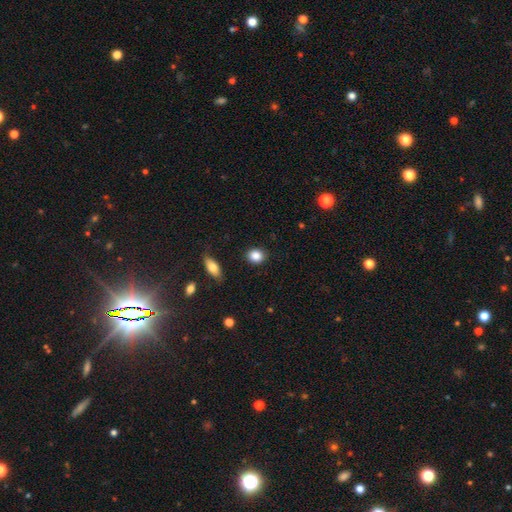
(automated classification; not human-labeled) smooth_or_featured: smooth (p=0.87) [alt: star or artifact p=0.09]
how_rounded: round (p=0.66) [alt: in between p=0.33]
merging: none (p=0.88) [alt: minor disturbance p=0.08]